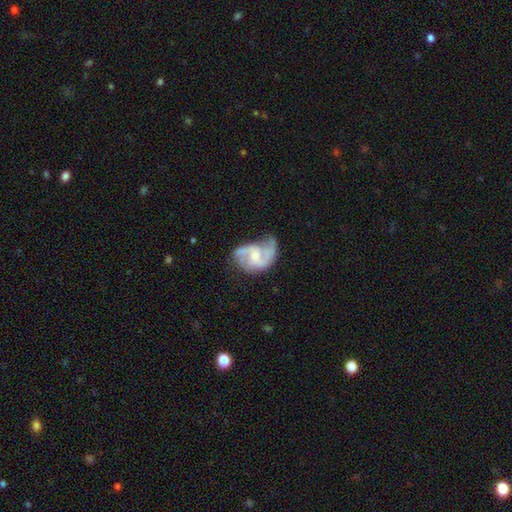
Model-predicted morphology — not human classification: Overall: featured or disk (80%). Edge-on disk: no (98%). Bar: no (51%; weak 41%). Spiral arms: yes (92%). Spiral arm count: 2 (68%). Spiral winding: medium (48%; loose 35%). Bulge size: moderate (46%; small 36%). Merging: none (42%; minor disturbance 30%).